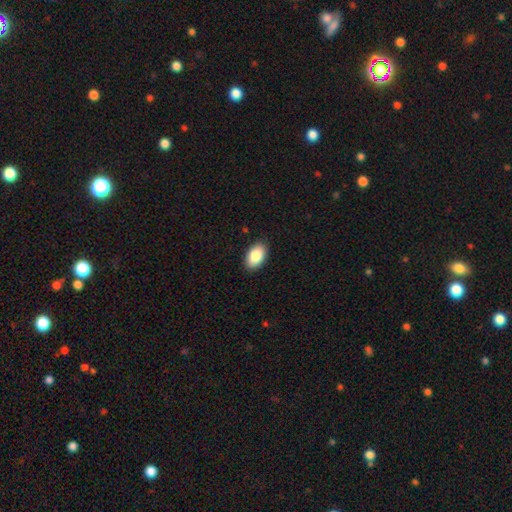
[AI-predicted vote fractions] The model was most divided on "smooth or featured": smooth: 87%, star or artifact: 7%, featured or disk: 6%. More confident: how rounded — in between (93%); merging — none (89%).